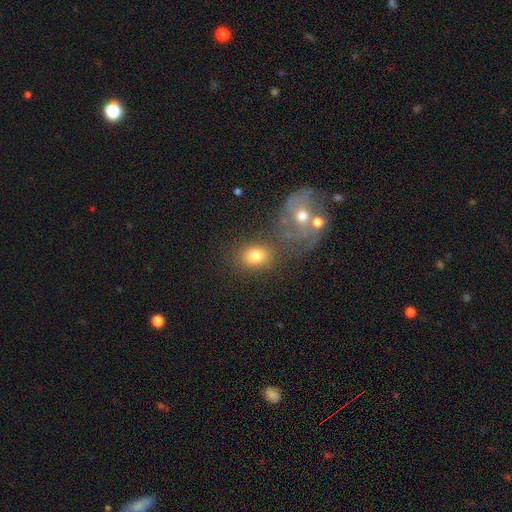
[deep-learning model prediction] The model was most divided on "how rounded": in between: 58%, round: 41%, cigar-shaped: 1%. More confident: smooth or featured — smooth (73%); merging — none (64%).